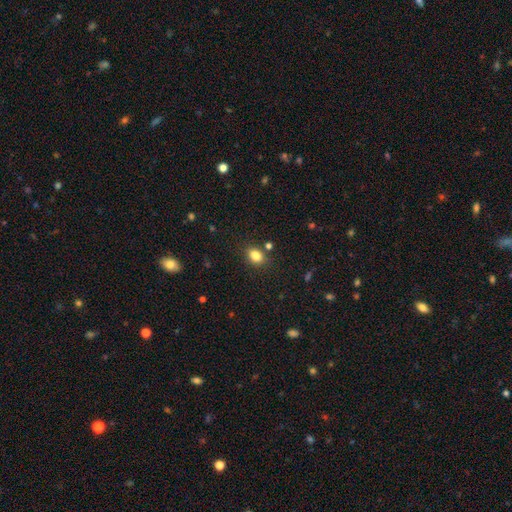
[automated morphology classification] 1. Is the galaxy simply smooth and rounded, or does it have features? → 84% smooth, 11% star or artifact, 5% featured or disk.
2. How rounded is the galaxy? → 68% in between, 31% round, 1% cigar-shaped.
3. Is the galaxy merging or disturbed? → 80% none, 12% minor disturbance, 5% merger, 3% major disturbance.